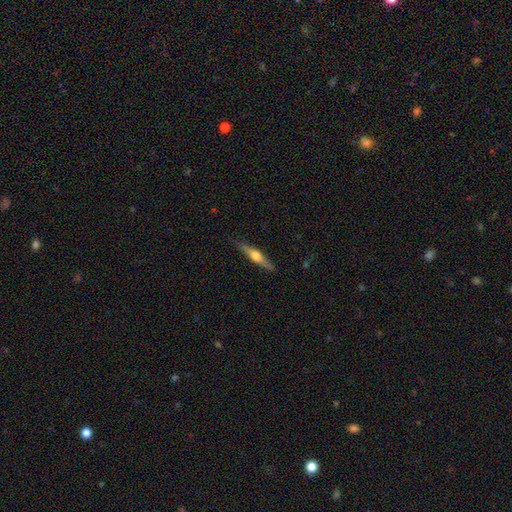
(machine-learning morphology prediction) Q: Smooth or featured?
A: featured or disk (56%); runner-up: smooth (39%)
Q: Edge-on disk?
A: yes (95%); runner-up: no (5%)
Q: Edge-on bulge?
A: rounded (89%); runner-up: boxy (6%)
Q: Merging?
A: none (86%); runner-up: minor disturbance (11%)